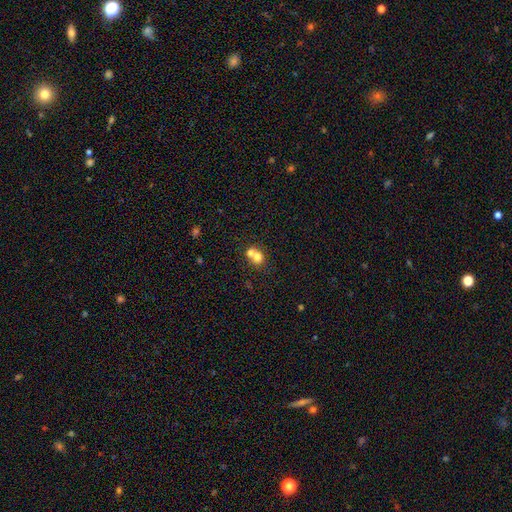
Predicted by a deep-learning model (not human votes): Overall: smooth (71%). How rounded: round (71%). Merging: merger (61%; none 31%).